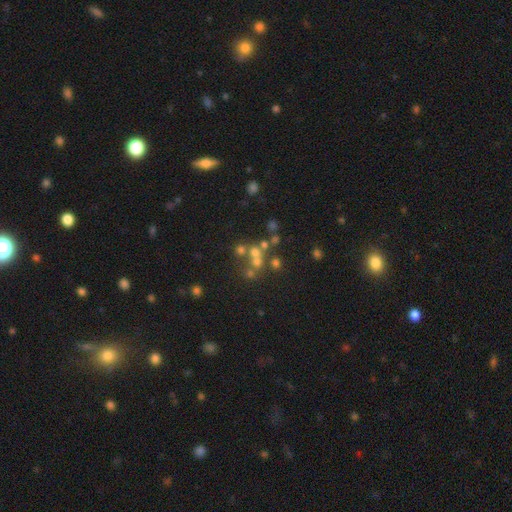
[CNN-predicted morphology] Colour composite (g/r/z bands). It shows a smooth galaxy with no disk features (48%). Merging: none (48%).